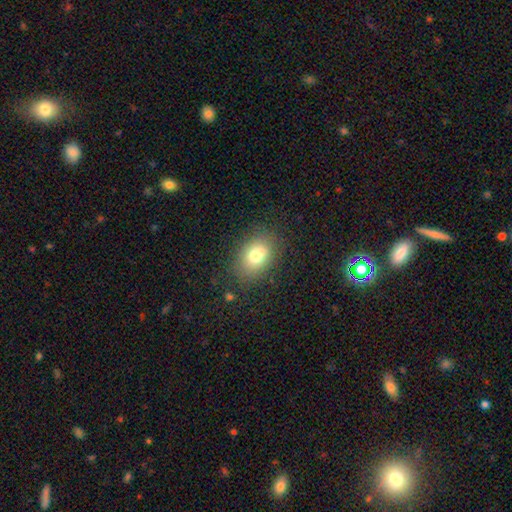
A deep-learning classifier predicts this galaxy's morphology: Overall: smooth (75%). How rounded: in between (72%). Merging: none (80%).